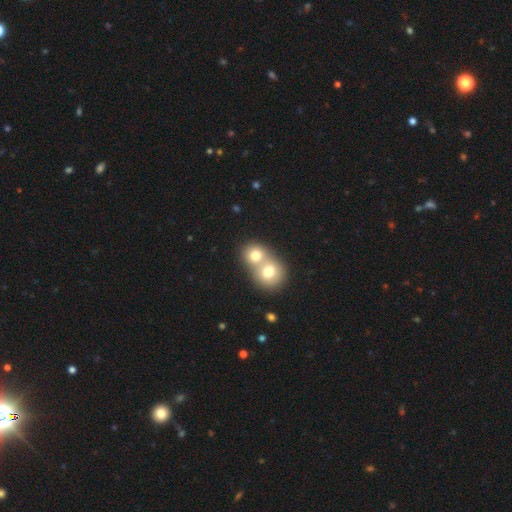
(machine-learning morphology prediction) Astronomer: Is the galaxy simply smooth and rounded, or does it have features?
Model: smooth — 73%.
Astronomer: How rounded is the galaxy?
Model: round — 77%.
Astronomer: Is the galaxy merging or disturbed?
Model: merger — 68%.